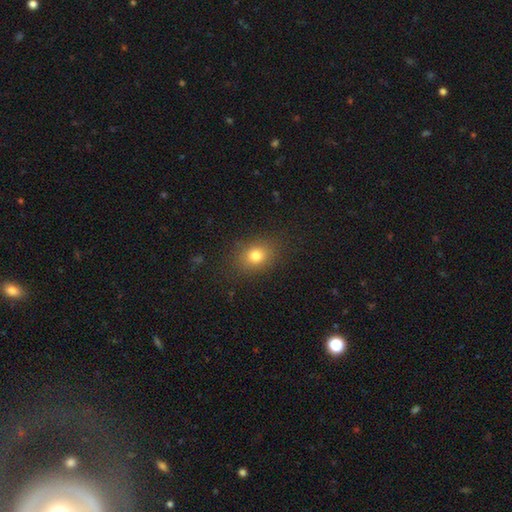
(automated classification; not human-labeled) Smooth or featured? Predicted: smooth (p=0.79). How rounded? Predicted: in between (p=0.52). Merging? Predicted: none (p=0.84).